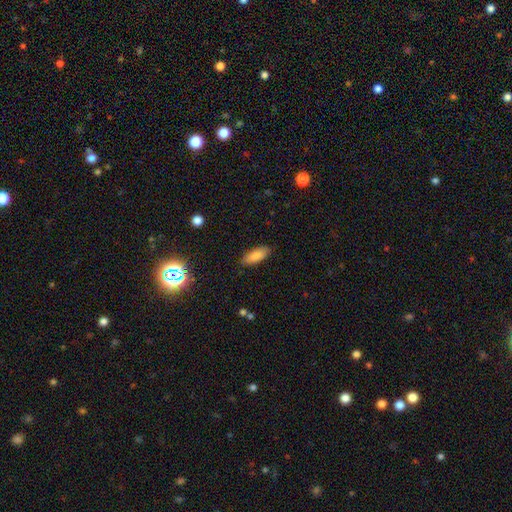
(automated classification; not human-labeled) Q: Smooth or featured?
A: smooth (84%); runner-up: featured or disk (9%)
Q: How rounded?
A: in between (78%); runner-up: cigar-shaped (20%)
Q: Merging?
A: none (87%); runner-up: minor disturbance (10%)